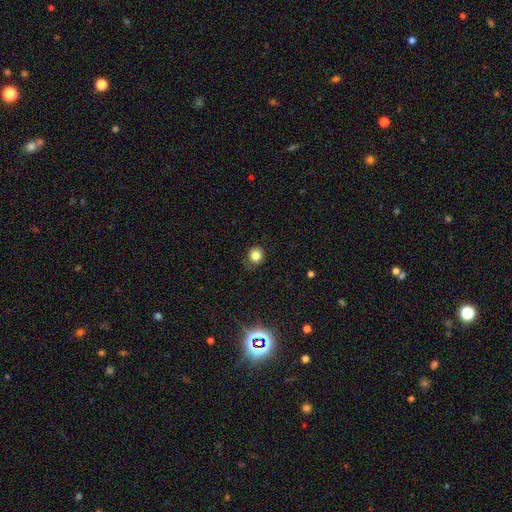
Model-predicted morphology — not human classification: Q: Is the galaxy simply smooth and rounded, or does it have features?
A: smooth — 82%.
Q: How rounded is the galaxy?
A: round — 87%.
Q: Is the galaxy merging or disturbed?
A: none — 83%.